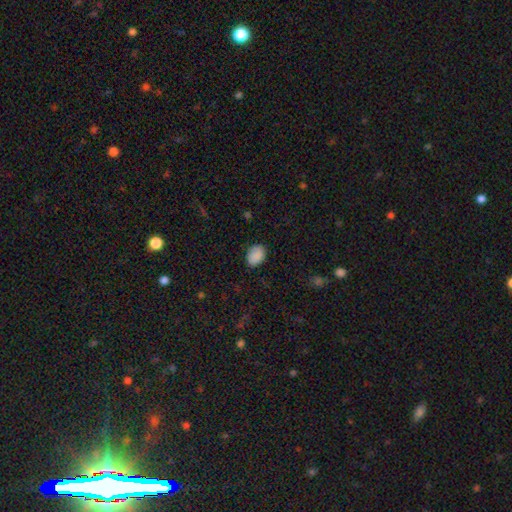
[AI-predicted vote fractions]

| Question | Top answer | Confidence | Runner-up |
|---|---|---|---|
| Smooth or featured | smooth | 86% | star or artifact (8%) |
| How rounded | in between | 67% | round (32%) |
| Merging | none | 80% | minor disturbance (15%) |